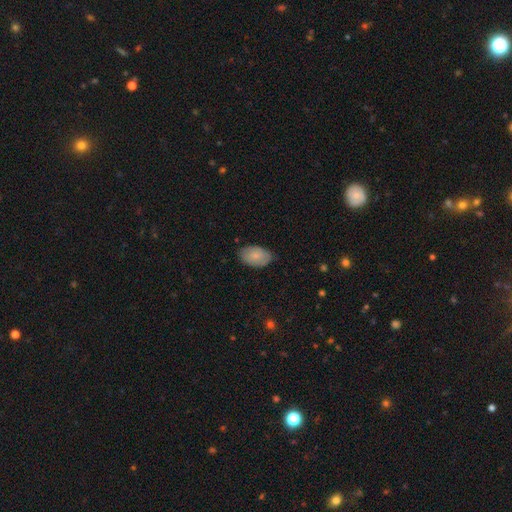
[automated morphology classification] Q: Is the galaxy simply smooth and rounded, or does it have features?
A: smooth — 81%.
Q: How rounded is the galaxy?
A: in between — 90%.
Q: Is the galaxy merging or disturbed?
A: none — 78%.